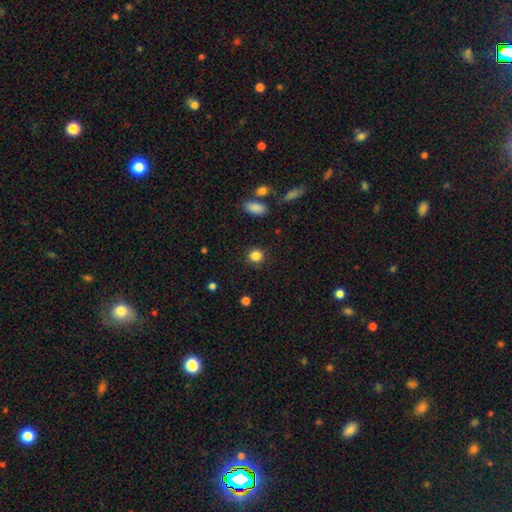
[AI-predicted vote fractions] smooth-or-featured: smooth: 85% | star or artifact: 11% | featured or disk: 4%
  how-rounded: round: 88% | in between: 11% | cigar-shaped: 1%
  merging: none: 90% | minor disturbance: 6% | major disturbance: 2% | merger: 1%